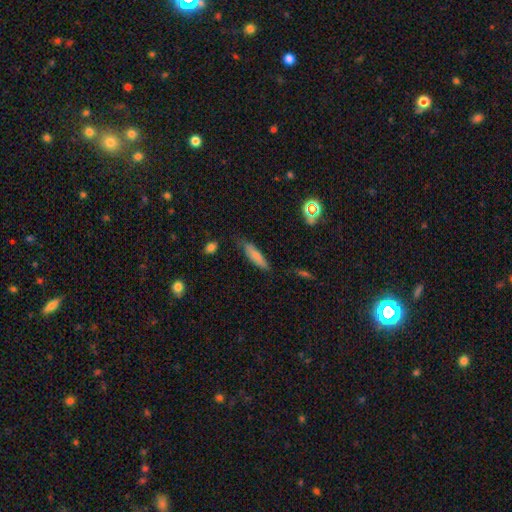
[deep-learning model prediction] Smooth or featured: smooth — 73% (featured or disk — 19%)
How rounded: cigar-shaped — 58% (in between — 40%)
Merging: none — 67% (minor disturbance — 25%)